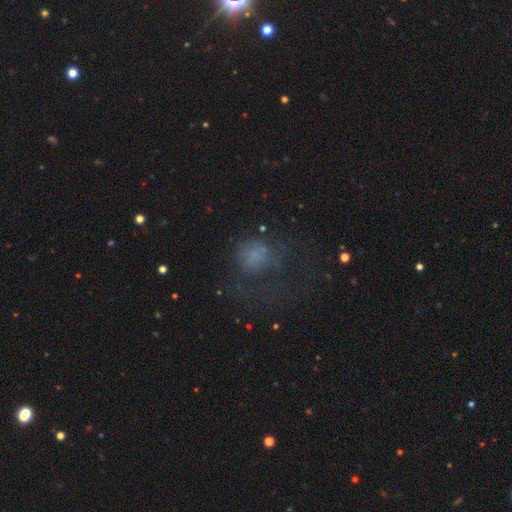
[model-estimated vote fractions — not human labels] This appears to be a smooth galaxy with no disk features (50%). Merging: major disturbance (45%).